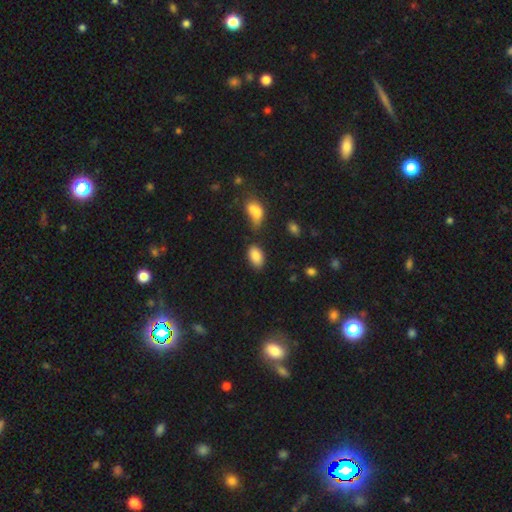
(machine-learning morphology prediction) smooth 86%, star or artifact 8%, featured or disk 6%. Down the decision tree: how rounded — in between (93%); merging — none (72%).